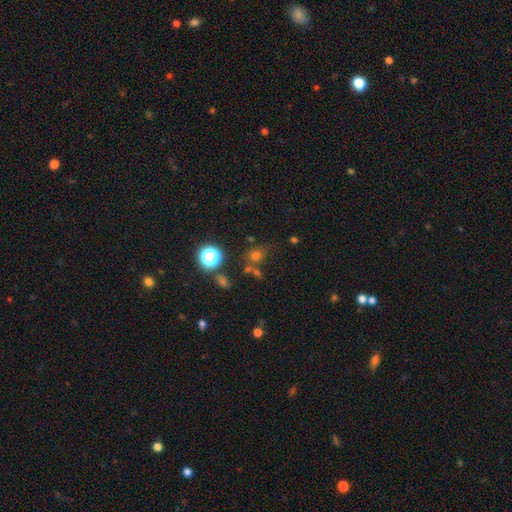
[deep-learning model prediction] A smooth galaxy with no disk features (61%) that is round (72%).

Vote fractions:
- Smooth or featured? smooth: 61% / star or artifact: 31% / featured or disk: 8%
- How rounded? round: 72% / in between: 27% / cigar-shaped: 1%
- Merging? none: 67% / merger: 14% / minor disturbance: 13% / major disturbance: 6%